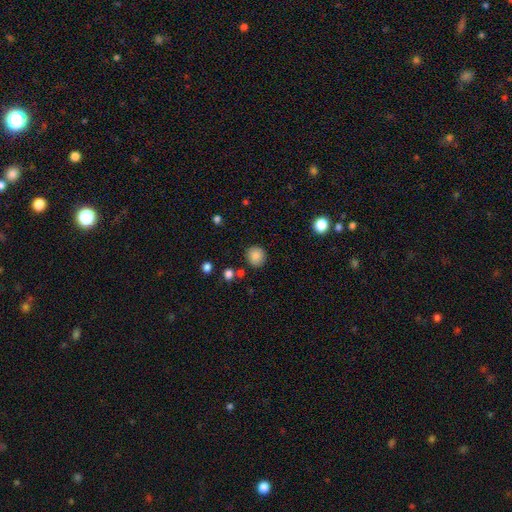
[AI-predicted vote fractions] Morphology: type=smooth (86%); roundness=round (89%); merging=none (86%).